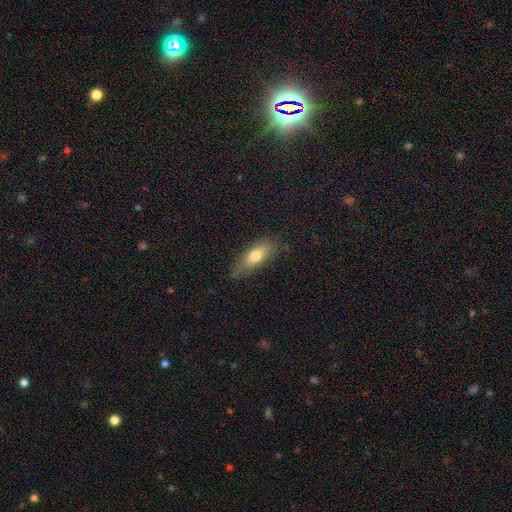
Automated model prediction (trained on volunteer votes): Q: Smooth or featured?
A: smooth (70%); runner-up: featured or disk (23%)
Q: How rounded?
A: in between (64%); runner-up: cigar-shaped (33%)
Q: Merging?
A: none (69%); runner-up: minor disturbance (24%)